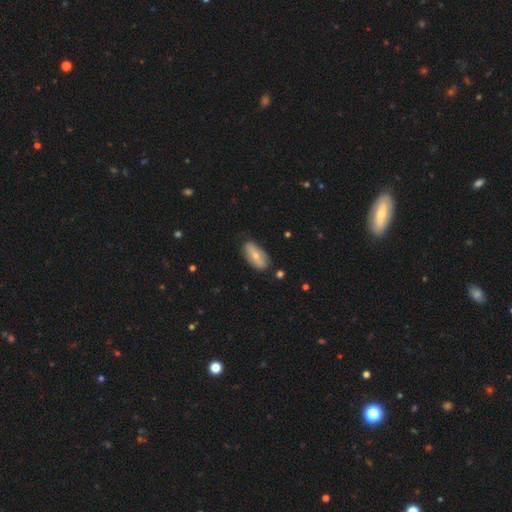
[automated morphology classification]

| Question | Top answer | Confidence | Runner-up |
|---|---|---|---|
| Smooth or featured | smooth | 59% | featured or disk (34%) |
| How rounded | in between | 88% | cigar-shaped (9%) |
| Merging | none | 78% | minor disturbance (16%) |